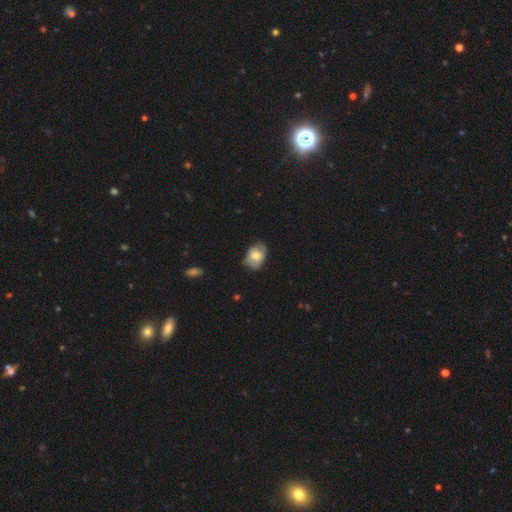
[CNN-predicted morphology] A smooth galaxy with no disk features (67%) that is in between round and cigar-shaped (74%).

Vote fractions:
- Smooth or featured? smooth: 67% / featured or disk: 25% / star or artifact: 8%
- How rounded? in between: 74% / round: 25% / cigar-shaped: 1%
- Merging? none: 57% / minor disturbance: 33% / major disturbance: 8% / merger: 2%